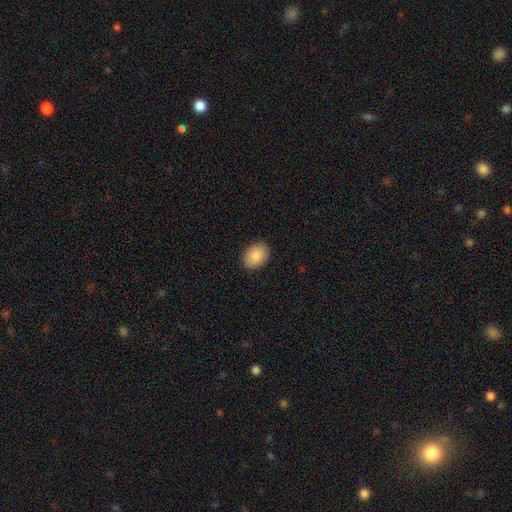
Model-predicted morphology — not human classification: The model was most divided on "how rounded": in between: 71%, round: 28%, cigar-shaped: 1%. More confident: merging — none (90%); smooth or featured — smooth (88%).